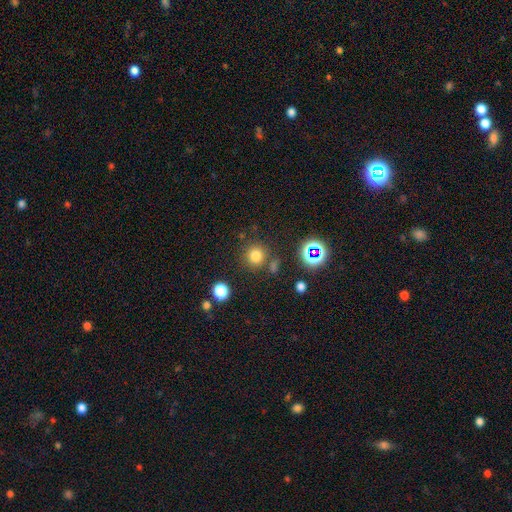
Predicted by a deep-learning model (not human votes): Smooth or featured?
  - smooth: 74% *
  - star or artifact: 19%
  - featured or disk: 7%
How rounded?
  - round: 92% *
  - in between: 7%
  - cigar-shaped: 1%
Merging?
  - none: 80% *
  - minor disturbance: 9%
  - merger: 8%
  - major disturbance: 4%